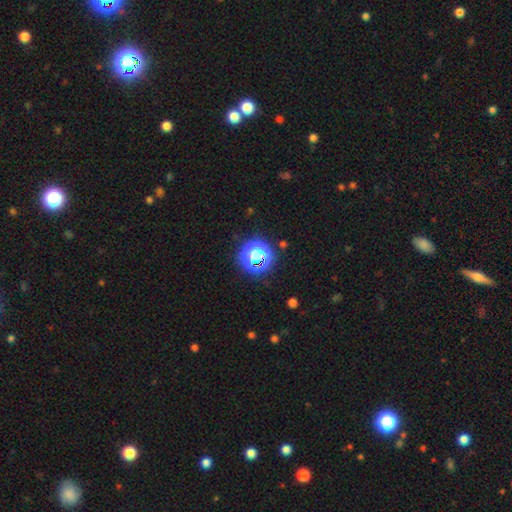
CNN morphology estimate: smooth-or-featured: star or artifact: 59% | smooth: 31% | featured or disk: 10%